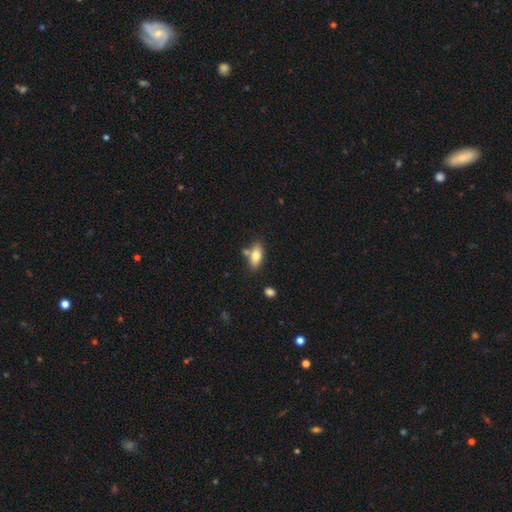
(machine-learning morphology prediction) This is likely a smooth galaxy (74%). How rounded: clearly in between (82%). Merging: likely none (70%).